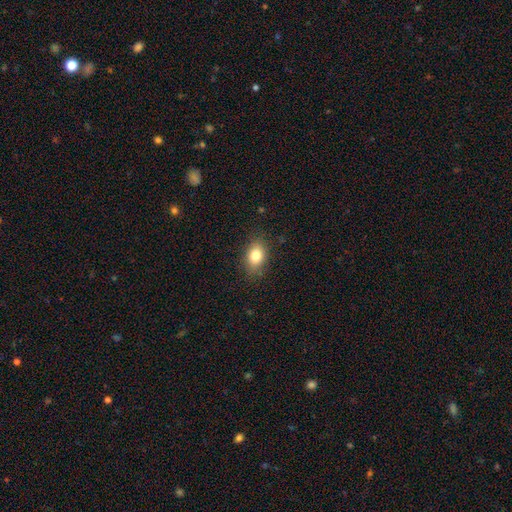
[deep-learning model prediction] Smooth or featured? smooth (81%)
How rounded? in between (83%)
Merging? none (85%)